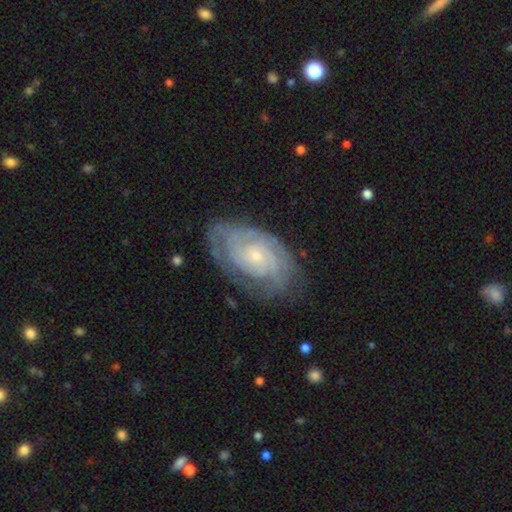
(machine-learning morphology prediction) Smooth or featured: featured or disk — 84% (smooth — 11%)
Edge-on disk: no — 96% (yes — 4%)
Bar: no — 78% (weak — 19%)
Spiral arms: yes — 95% (no — 5%)
Spiral winding: tight — 74% (medium — 22%)
Spiral arm count: can't tell — 39% (2 — 23%)
Bulge size: small — 74% (moderate — 21%)
Merging: none — 74% (minor disturbance — 18%)